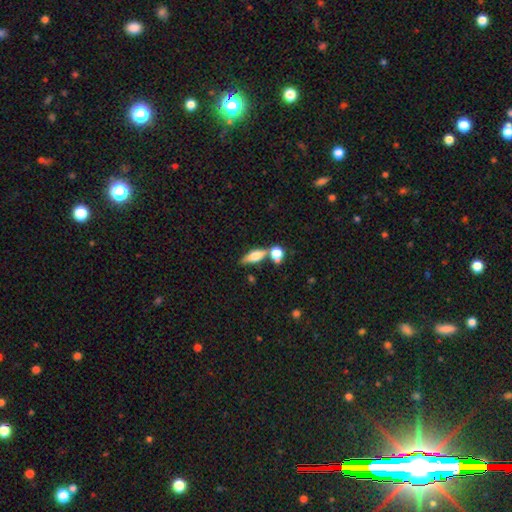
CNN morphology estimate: This appears to be a smooth galaxy with no disk features (63%) that is in between round and cigar-shaped (61%). Merging: none (51%).